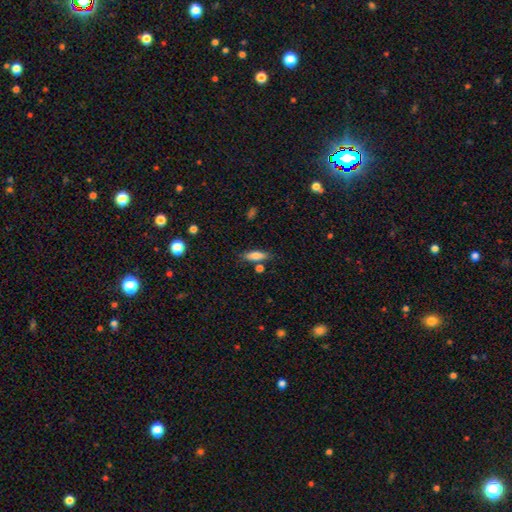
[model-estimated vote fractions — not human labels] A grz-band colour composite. It shows a smooth galaxy with no disk features (77%) that is in between round and cigar-shaped (52%). Merging: none (75%).